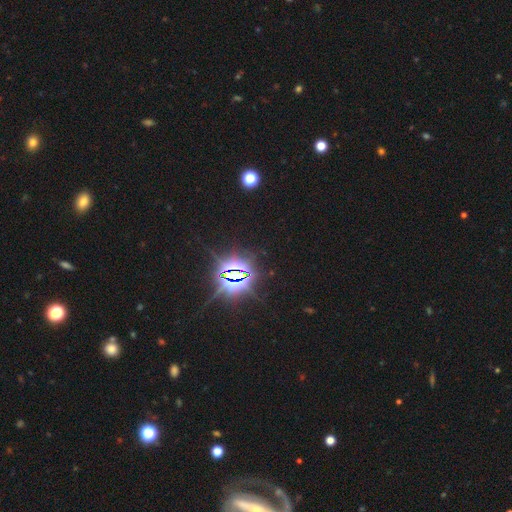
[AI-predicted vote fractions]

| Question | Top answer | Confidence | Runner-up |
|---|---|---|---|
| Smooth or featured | star or artifact | 84% | smooth (9%) |